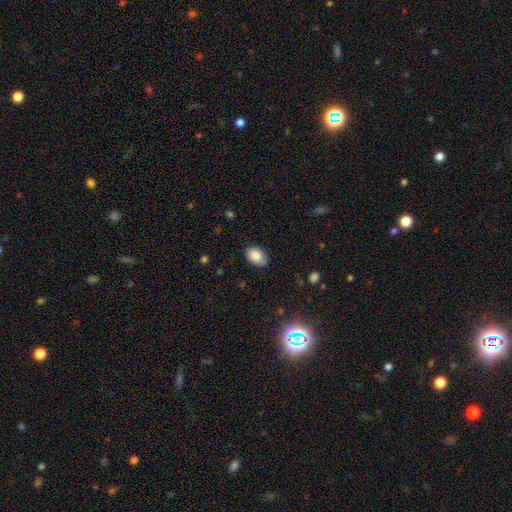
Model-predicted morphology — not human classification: Smooth or featured? Predicted: smooth (p=0.85). How rounded? Predicted: in between (p=0.86). Merging? Predicted: none (p=0.81).